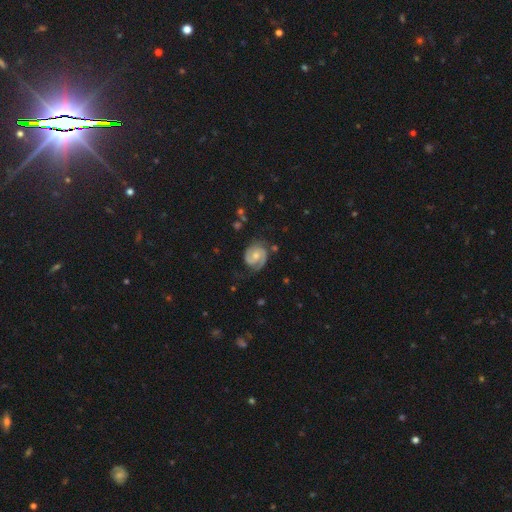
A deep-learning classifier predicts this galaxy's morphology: Smooth or featured?
  - featured or disk: 84% *
  - smooth: 10%
  - star or artifact: 6%
Edge-on disk?
  - no: 98% *
  - yes: 2%
Bar?
  - no: 54% *
  - weak: 38%
  - strong: 8%
Spiral arms?
  - yes: 97% *
  - no: 3%
Spiral winding?
  - tight: 50% *
  - medium: 40%
  - loose: 10%
Spiral arm count?
  - 2: 82% *
  - 1: 9%
  - can't tell: 5%
  - 3: 2%
  - 4: 1%
  - more than 4: 1%
Bulge size?
  - moderate: 52% *
  - small: 38%
  - none: 5%
  - large: 4%
  - dominant: 1%
Merging?
  - none: 70% *
  - minor disturbance: 19%
  - major disturbance: 9%
  - merger: 2%